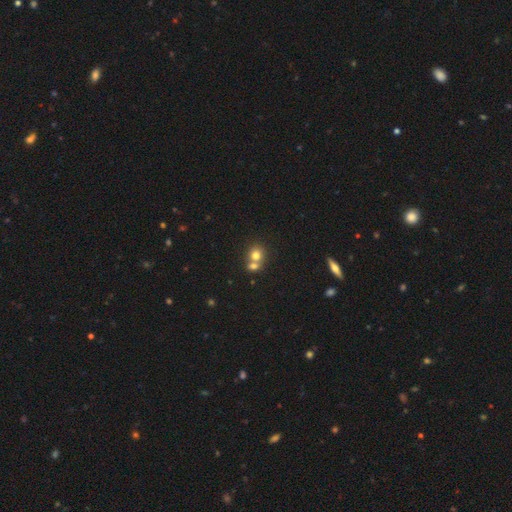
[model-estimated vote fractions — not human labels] A smooth galaxy with no disk features (76%) that is round (77%).

Vote fractions:
- Smooth or featured? smooth: 76% / featured or disk: 13% / star or artifact: 12%
- How rounded? round: 77% / in between: 22% / cigar-shaped: 1%
- Merging? merger: 56% / none: 36% / minor disturbance: 6% / major disturbance: 2%